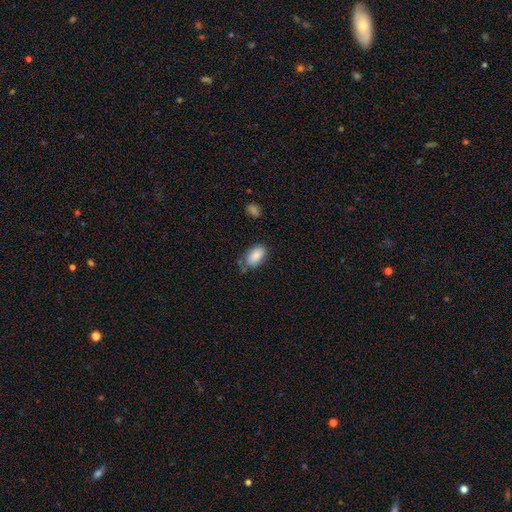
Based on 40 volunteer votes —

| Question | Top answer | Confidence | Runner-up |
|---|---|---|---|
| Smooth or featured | smooth | 90% | featured or disk (10%) |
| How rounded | in between | 89% | round (6%) |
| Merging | none | 60% | minor disturbance (30%) |